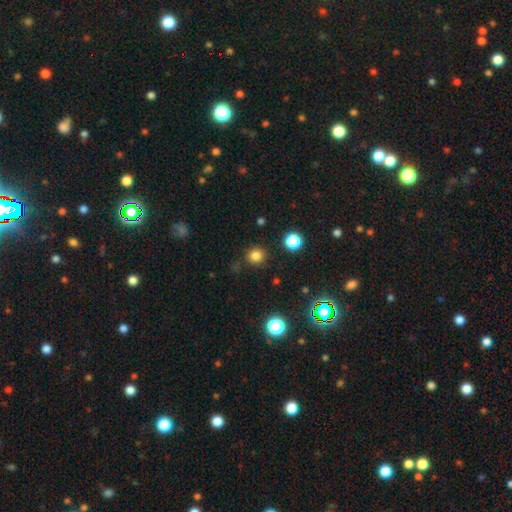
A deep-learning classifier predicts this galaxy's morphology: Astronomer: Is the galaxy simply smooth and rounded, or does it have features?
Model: smooth — 81%.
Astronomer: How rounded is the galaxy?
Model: round — 92%.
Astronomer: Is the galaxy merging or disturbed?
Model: none — 87%.